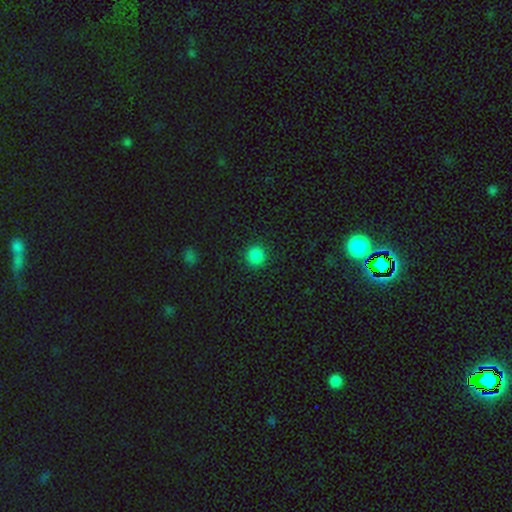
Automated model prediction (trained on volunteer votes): Smooth or featured: smooth — 86% (star or artifact — 12%)
How rounded: round — 92% (in between — 7%)
Merging: none — 91% (minor disturbance — 6%)